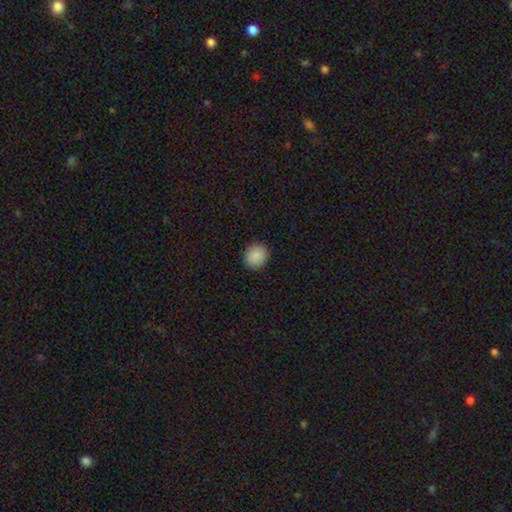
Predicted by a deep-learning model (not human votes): Morphology: type=smooth (89%); roundness=round (81%); merging=none (91%).